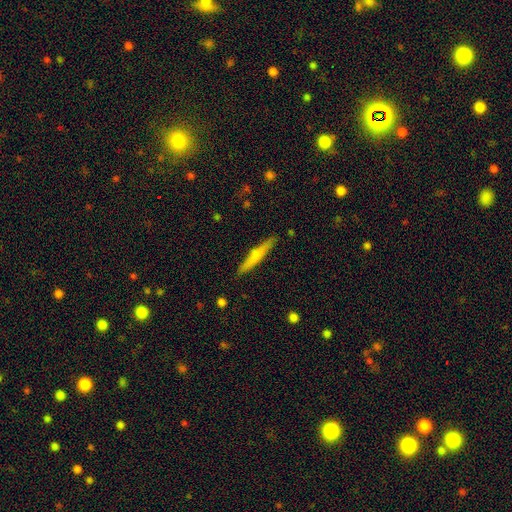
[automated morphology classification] Smooth or featured?
  - smooth: 61% *
  - featured or disk: 33%
  - star or artifact: 6%
How rounded?
  - cigar-shaped: 94% *
  - in between: 5%
  - round: 2%
Merging?
  - none: 88% *
  - minor disturbance: 9%
  - major disturbance: 2%
  - merger: 2%